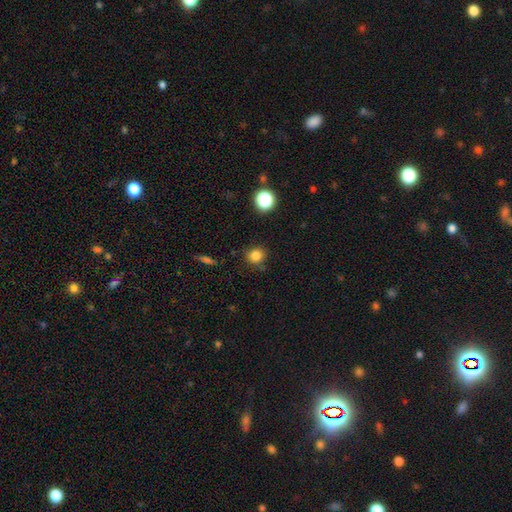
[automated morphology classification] This is clearly a smooth galaxy (82%). How rounded: clearly round (87%). Merging: clearly none (83%).